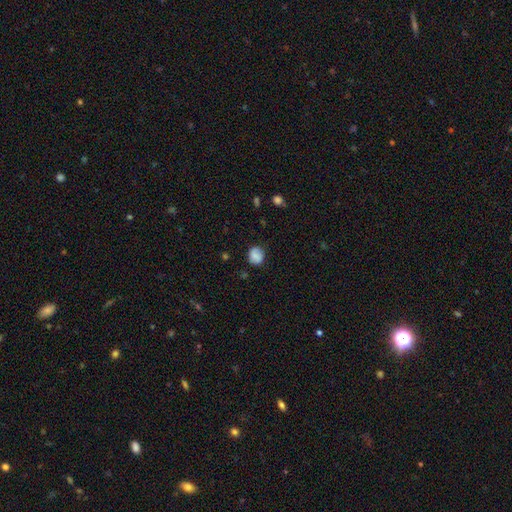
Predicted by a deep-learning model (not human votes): The model was most divided on "how rounded": round: 73%, in between: 26%, cigar-shaped: 1%. More confident: smooth or featured — smooth (82%); merging — none (75%).